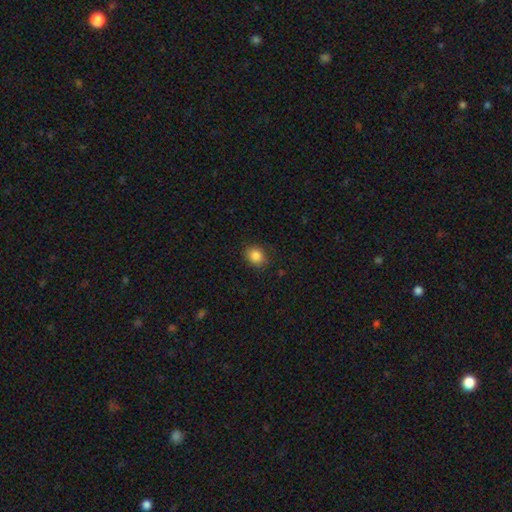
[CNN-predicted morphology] type=smooth (86%); roundness=round (66%); merging=none (86%).